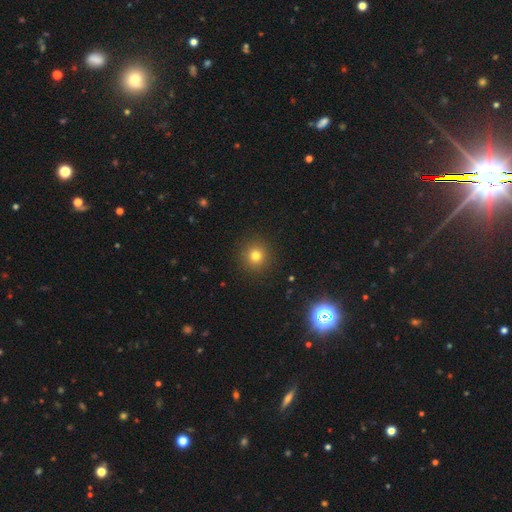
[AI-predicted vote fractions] smooth_or_featured: smooth (p=0.77) [alt: star or artifact p=0.15]
how_rounded: round (p=0.94) [alt: in between p=0.05]
merging: none (p=0.91) [alt: minor disturbance p=0.05]